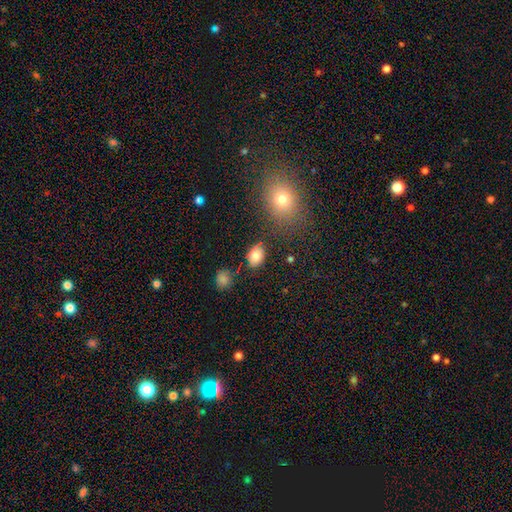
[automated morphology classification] Smooth or featured? smooth (83%)
How rounded? in between (75%)
Merging? none (79%)